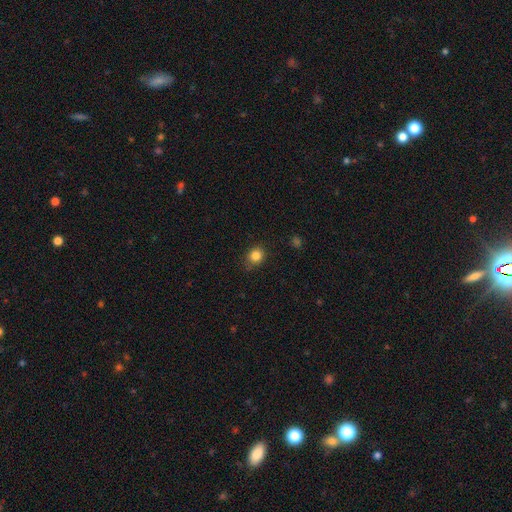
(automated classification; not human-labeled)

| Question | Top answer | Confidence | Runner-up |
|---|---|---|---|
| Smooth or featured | smooth | 84% | star or artifact (11%) |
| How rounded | round | 75% | in between (24%) |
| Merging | none | 81% | minor disturbance (15%) |